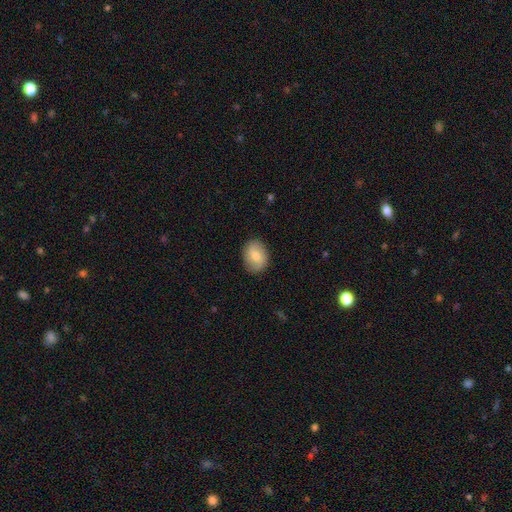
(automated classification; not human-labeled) Overall: smooth (70%). How rounded: in between (62%; round 36%). Merging: none (85%).